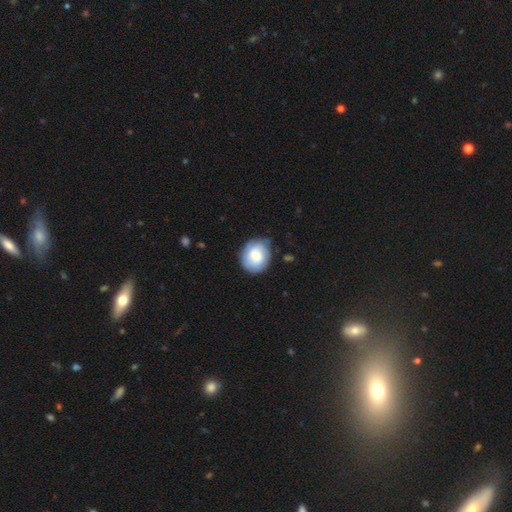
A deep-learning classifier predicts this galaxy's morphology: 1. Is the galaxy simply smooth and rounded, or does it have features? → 70% smooth, 24% featured or disk, 7% star or artifact.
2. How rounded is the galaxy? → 66% round, 33% in between, 1% cigar-shaped.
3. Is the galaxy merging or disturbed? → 73% none, 21% minor disturbance, 4% major disturbance, 2% merger.